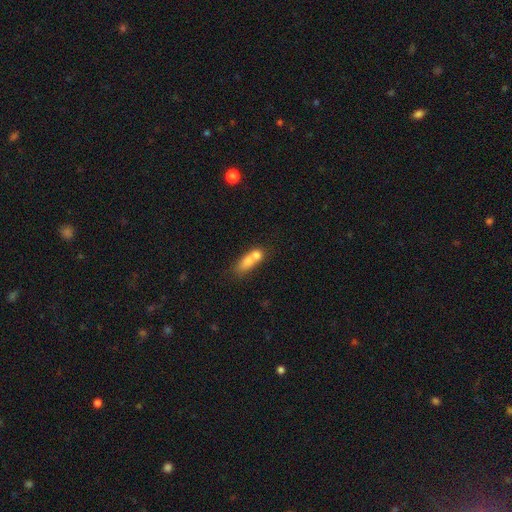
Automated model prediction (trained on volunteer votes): A smooth galaxy with no disk features (69%) that is in between round and cigar-shaped (61%).

Vote fractions:
- Smooth or featured? smooth: 69% / featured or disk: 22% / star or artifact: 10%
- How rounded? in between: 61% / cigar-shaped: 22% / round: 17%
- Merging? merger: 62% / none: 22% / minor disturbance: 10% / major disturbance: 6%